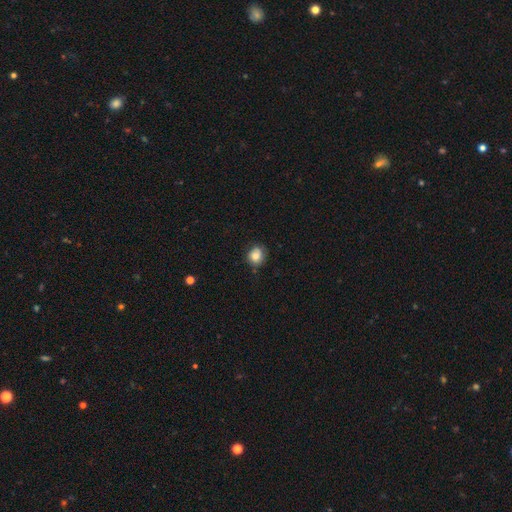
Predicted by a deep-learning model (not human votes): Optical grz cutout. It shows a smooth galaxy with no disk features (80%) that is round (75%). Merging: none (70%).